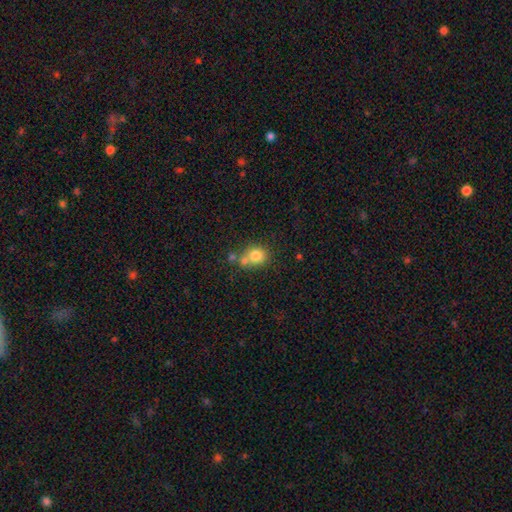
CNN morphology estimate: Smooth or featured? smooth (78%)
How rounded? round (80%)
Merging? none (51%)